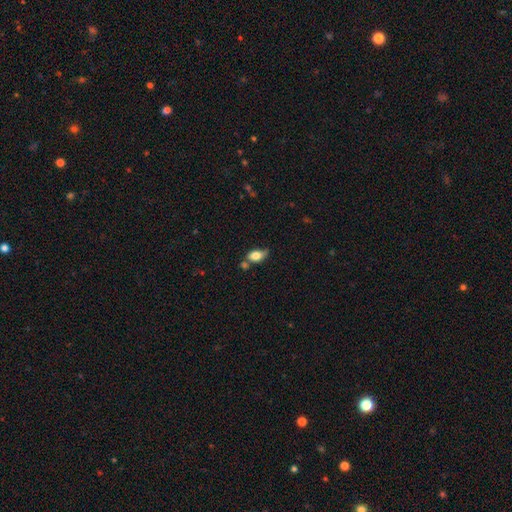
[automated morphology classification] Smooth or featured: smooth — 76% (featured or disk — 16%)
How rounded: in between — 86% (round — 9%)
Merging: none — 48% (minor disturbance — 27%)